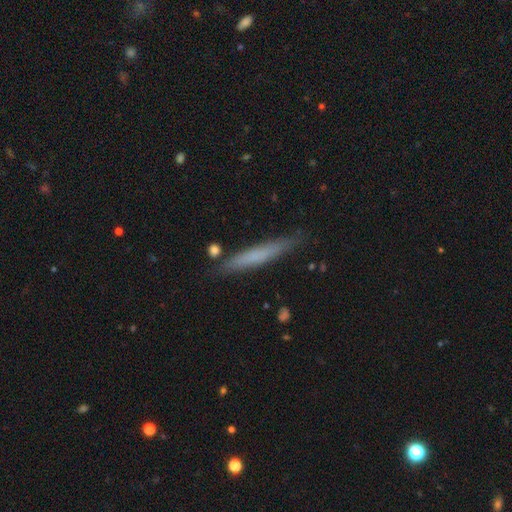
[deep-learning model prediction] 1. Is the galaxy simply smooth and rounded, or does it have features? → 63% smooth, 30% featured or disk, 7% star or artifact.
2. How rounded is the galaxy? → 95% cigar-shaped, 4% in between, 1% round.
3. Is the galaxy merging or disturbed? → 83% none, 12% minor disturbance, 3% merger, 2% major disturbance.